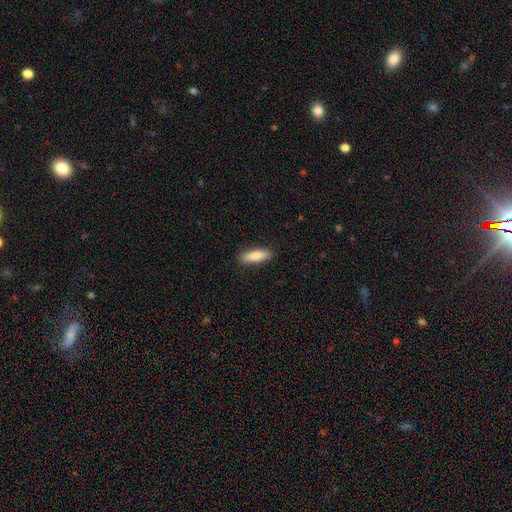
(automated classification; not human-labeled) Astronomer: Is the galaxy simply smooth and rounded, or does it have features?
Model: smooth — 84%.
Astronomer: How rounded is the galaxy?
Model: cigar-shaped — 56% (runner-up: in between, 42%).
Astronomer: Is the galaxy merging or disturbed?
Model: none — 89%.